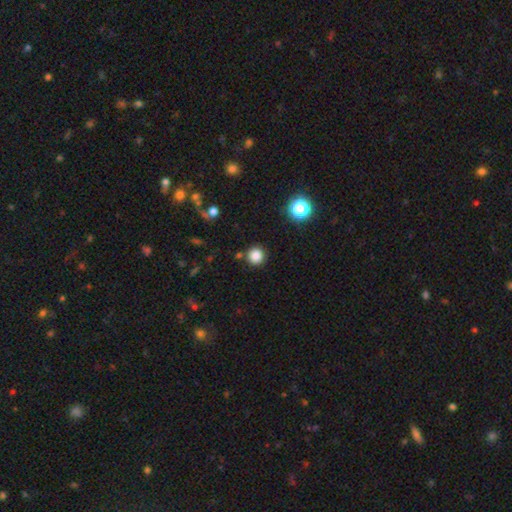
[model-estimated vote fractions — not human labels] smooth_or_featured: smooth (p=0.83) [alt: star or artifact p=0.12]
how_rounded: round (p=0.94) [alt: in between p=0.05]
merging: none (p=0.88) [alt: minor disturbance p=0.07]